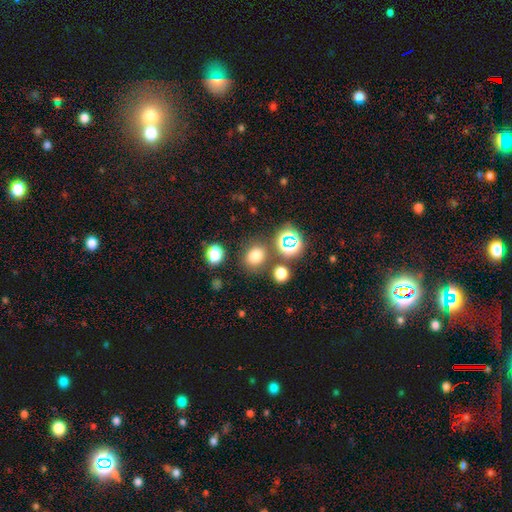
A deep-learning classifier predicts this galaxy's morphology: type=smooth (72%); roundness=round (67%); merging=none (77%).